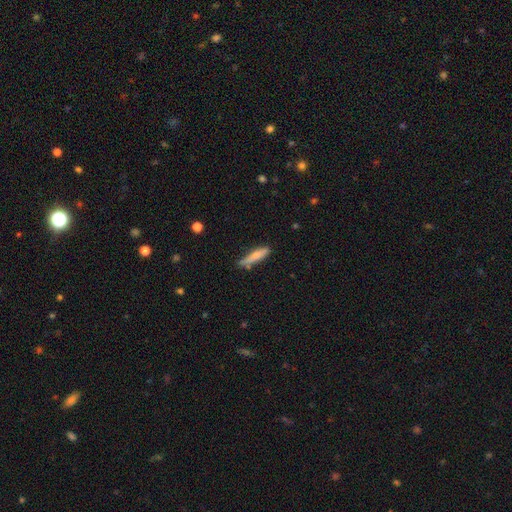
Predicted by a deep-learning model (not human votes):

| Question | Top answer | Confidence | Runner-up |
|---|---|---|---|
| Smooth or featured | smooth | 71% | featured or disk (23%) |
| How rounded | cigar-shaped | 83% | in between (15%) |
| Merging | none | 67% | minor disturbance (23%) |